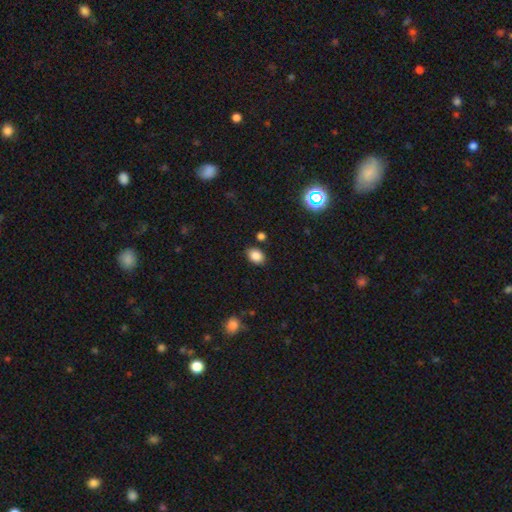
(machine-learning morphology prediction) The model was most divided on "how rounded": in between: 72%, round: 27%, cigar-shaped: 1%. More confident: smooth or featured — smooth (85%); merging — none (82%).